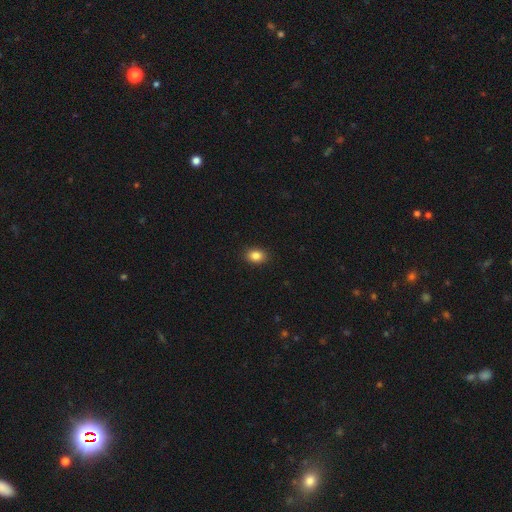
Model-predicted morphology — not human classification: This is clearly a smooth galaxy (85%). How rounded: likely in between (71%). Merging: clearly none (90%).